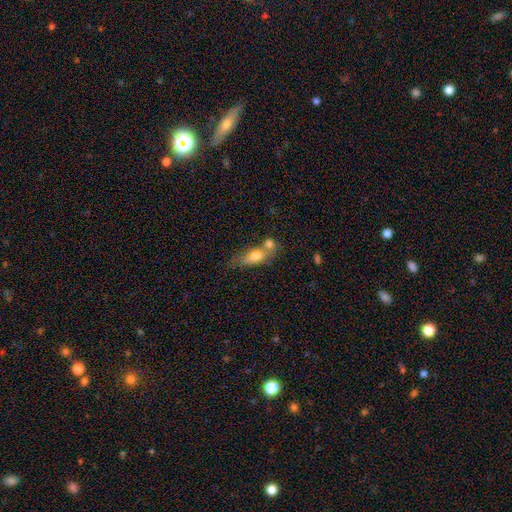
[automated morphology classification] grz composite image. It shows a smooth galaxy with no disk features (68%) that is in between round and cigar-shaped (65%). Merging: merger (44%).